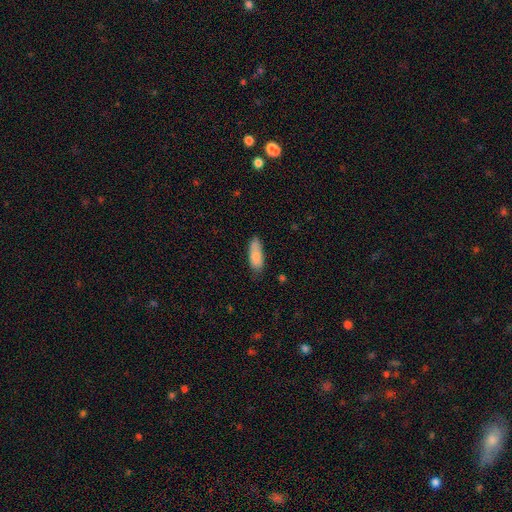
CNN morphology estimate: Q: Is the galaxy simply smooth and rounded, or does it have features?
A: smooth — 83%.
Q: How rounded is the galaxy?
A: in between — 70%.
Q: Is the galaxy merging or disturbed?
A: none — 67%.